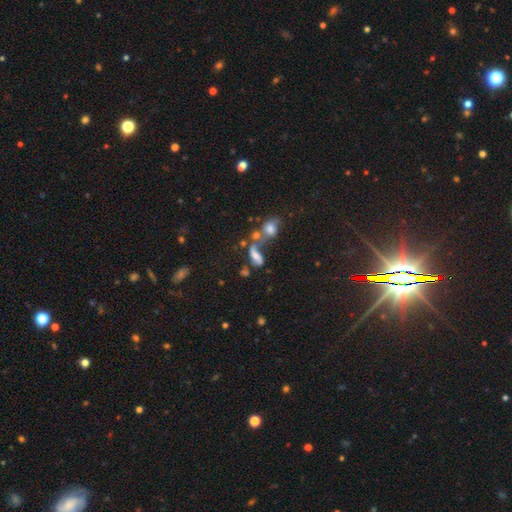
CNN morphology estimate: Smooth or featured?
  - smooth: 57% *
  - featured or disk: 25%
  - star or artifact: 18%
How rounded?
  - in between: 70% *
  - cigar-shaped: 21%
  - round: 9%
Merging?
  - merger: 46% *
  - none: 26%
  - major disturbance: 16%
  - minor disturbance: 13%